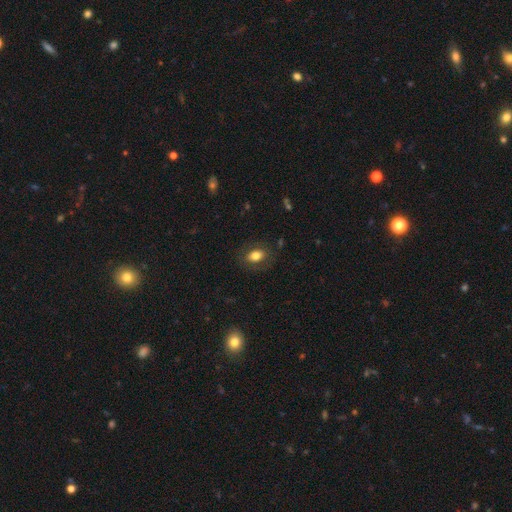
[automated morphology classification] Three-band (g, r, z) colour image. It shows a smooth galaxy with no disk features (78%) that is in between round and cigar-shaped (80%). Merging: none (81%).